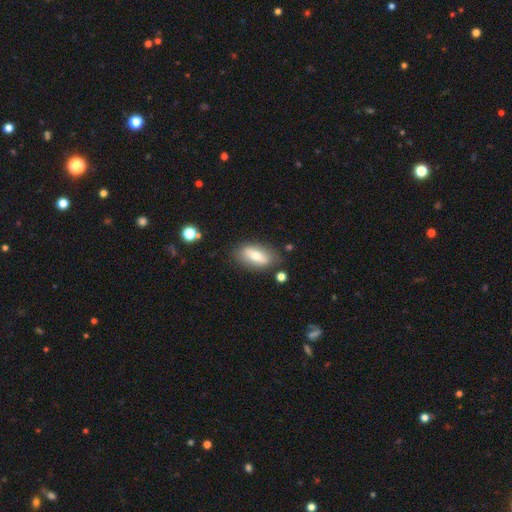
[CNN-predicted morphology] Smooth or featured? smooth (60%)
How rounded? in between (83%)
Merging? none (80%)